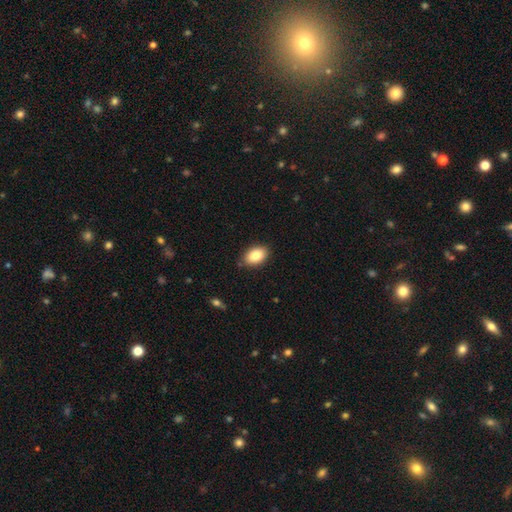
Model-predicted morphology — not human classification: Q: Smooth or featured?
A: smooth (84%); runner-up: featured or disk (8%)
Q: How rounded?
A: in between (88%); runner-up: round (11%)
Q: Merging?
A: none (85%); runner-up: minor disturbance (11%)